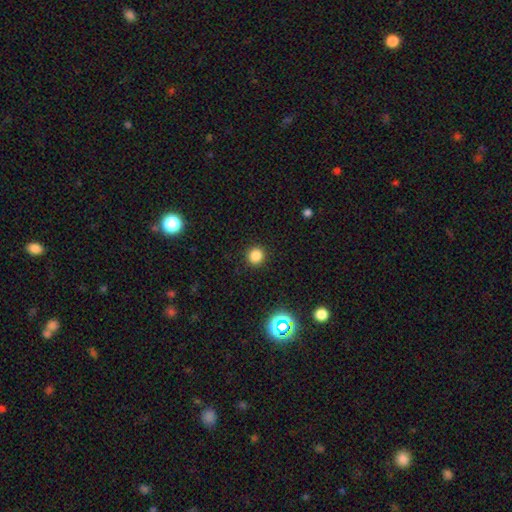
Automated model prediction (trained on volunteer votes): smooth 82%, star or artifact 14%, featured or disk 4%. Down the decision tree: how rounded — round (93%); merging — none (92%).